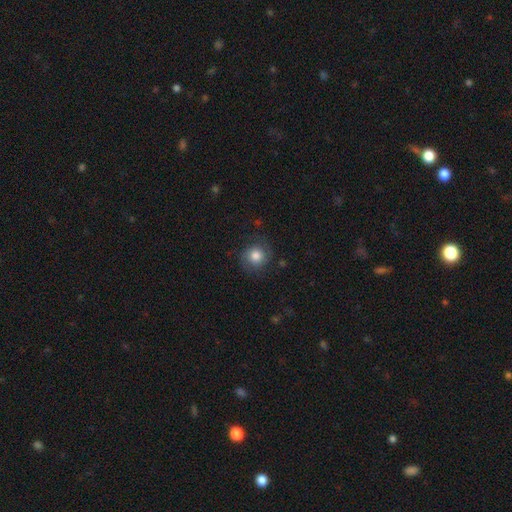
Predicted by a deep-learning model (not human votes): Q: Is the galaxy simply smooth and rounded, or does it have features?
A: smooth — 72%.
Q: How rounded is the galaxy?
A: round — 89%.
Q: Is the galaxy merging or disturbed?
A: none — 75%.